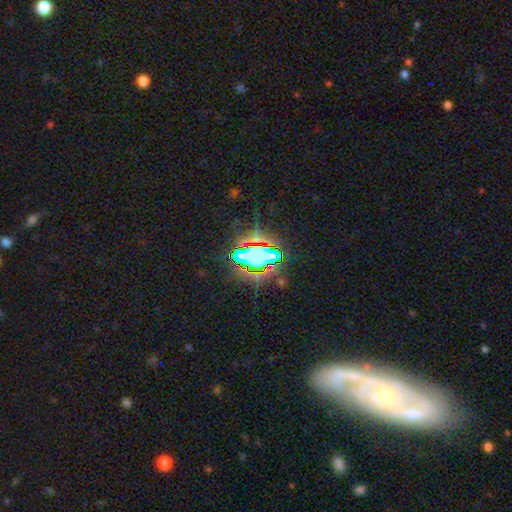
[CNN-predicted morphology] The model was most divided on "smooth or featured": star or artifact: 63%, smooth: 22%, featured or disk: 15%.